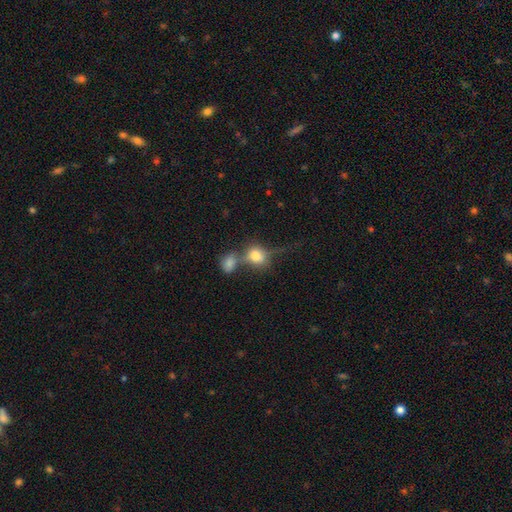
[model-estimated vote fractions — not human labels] The model was most divided on "merging": merger: 41%, none: 34%, minor disturbance: 13%, major disturbance: 12%. More confident: smooth or featured — smooth (71%); how rounded — round (57%).